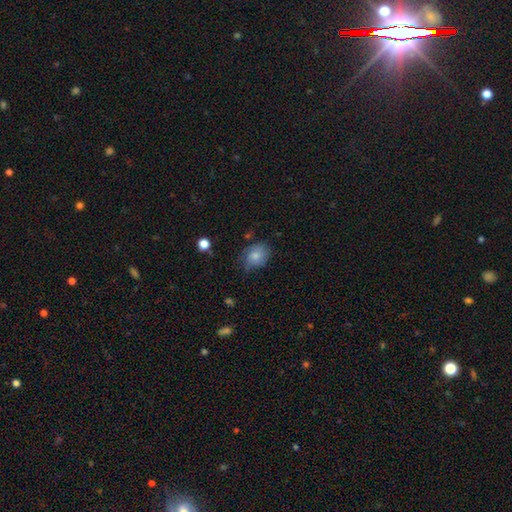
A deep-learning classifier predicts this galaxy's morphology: This is likely a smooth galaxy (73%). How rounded: possibly round (51%). Merging: possibly none (57%).